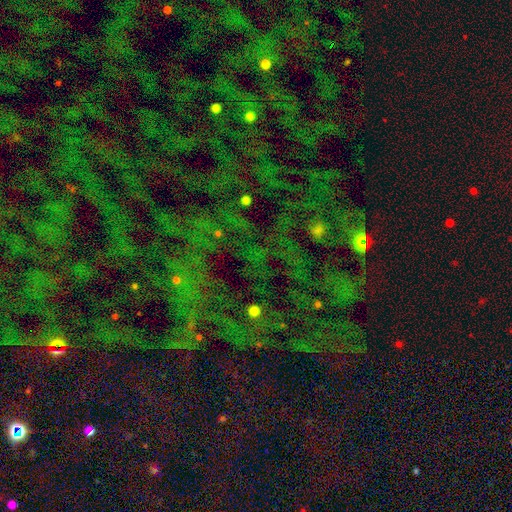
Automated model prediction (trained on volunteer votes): This appears to be a star or artifact, not a galaxy (73%).